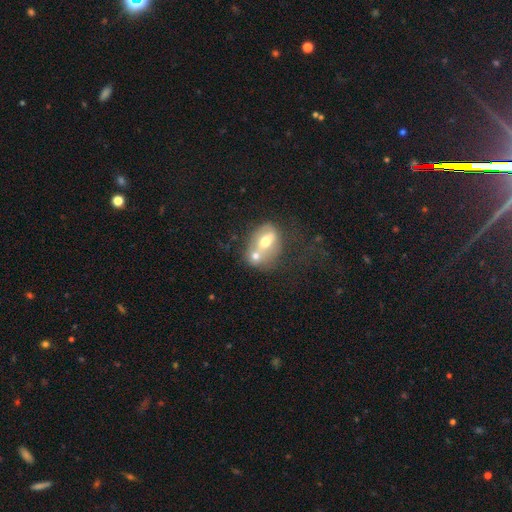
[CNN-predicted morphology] smooth_or_featured: smooth (p=0.55) [alt: featured or disk p=0.36]
how_rounded: in between (p=0.62) [alt: round p=0.36]
merging: merger (p=0.62) [alt: none p=0.23]